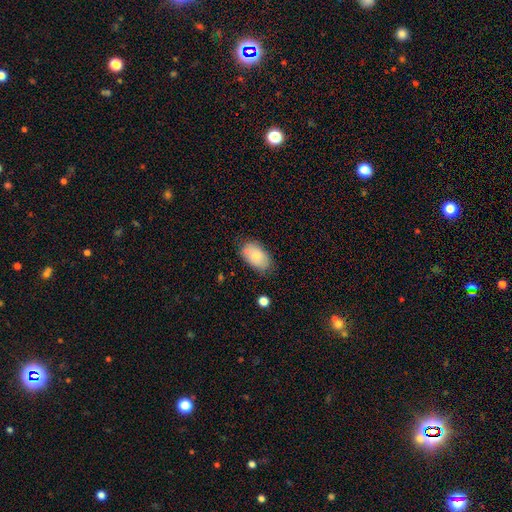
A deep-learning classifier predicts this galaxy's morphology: This appears to be a smooth galaxy with no disk features (74%) that is in between round and cigar-shaped (93%). Merging: none (66%).